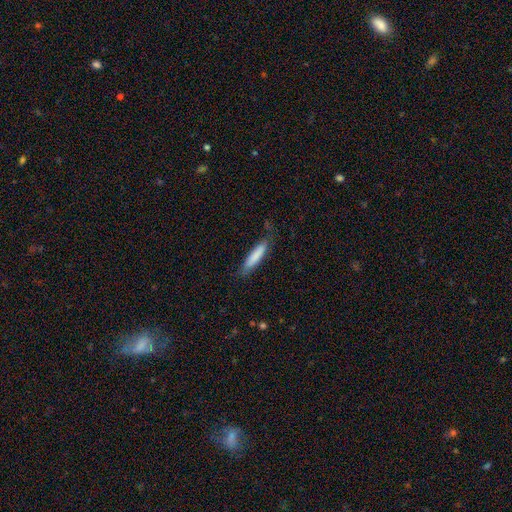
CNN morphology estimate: Q: Smooth or featured?
A: smooth (82%); runner-up: featured or disk (12%)
Q: How rounded?
A: cigar-shaped (84%); runner-up: in between (15%)
Q: Merging?
A: none (80%); runner-up: minor disturbance (16%)